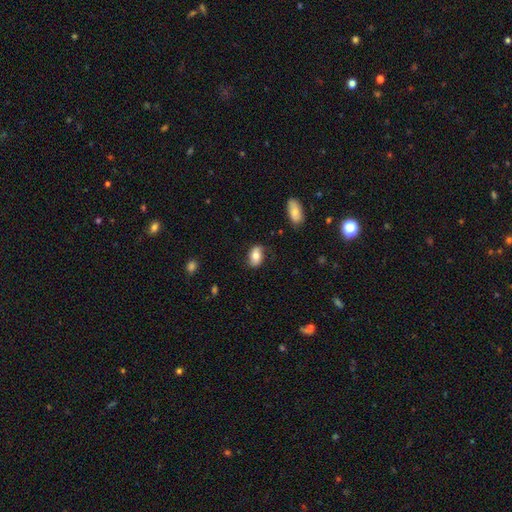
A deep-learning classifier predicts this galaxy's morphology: smooth-or-featured: smooth: 77% | featured or disk: 16% | star or artifact: 7%
  how-rounded: in between: 89% | round: 10% | cigar-shaped: 2%
  merging: none: 77% | minor disturbance: 17% | major disturbance: 4% | merger: 2%